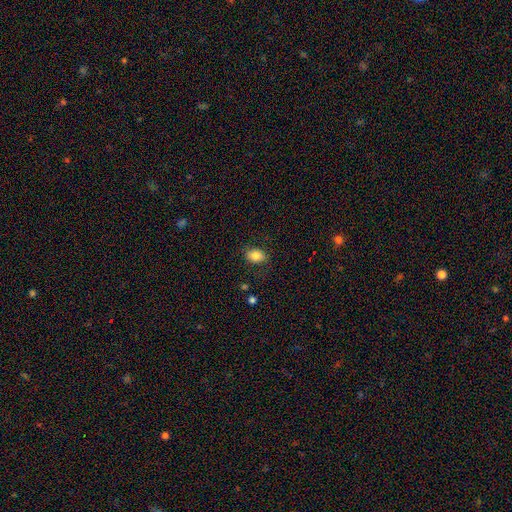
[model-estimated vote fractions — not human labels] A smooth galaxy with no disk features (82%) that is in between round and cigar-shaped (74%). Merging: none (81%).